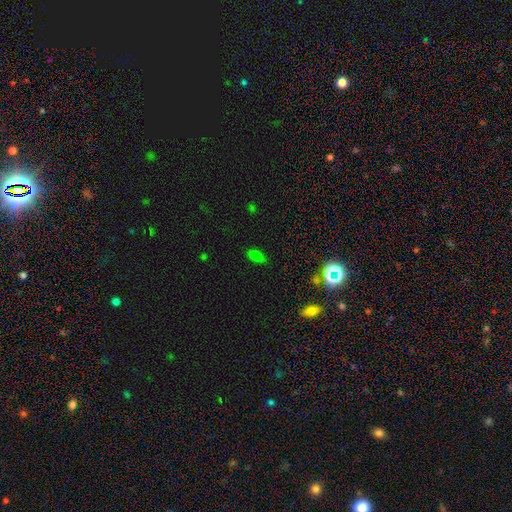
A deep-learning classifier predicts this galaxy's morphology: The model was most divided on "smooth or featured": smooth: 70%, star or artifact: 21%, featured or disk: 9%. More confident: how rounded — in between (86%); merging — none (82%).